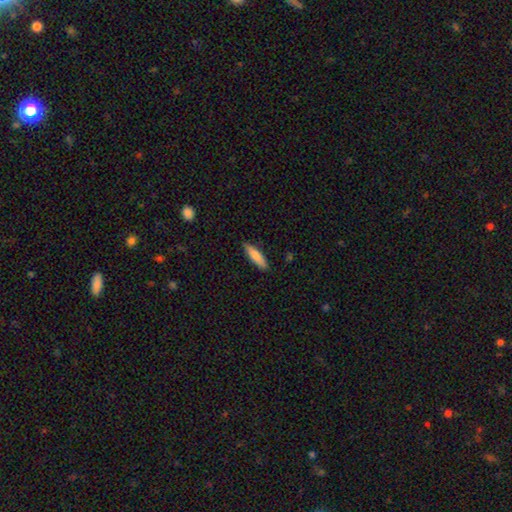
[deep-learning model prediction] A smooth galaxy with no disk features (80%) that is cigar-shaped (71%). Merging: none (87%).